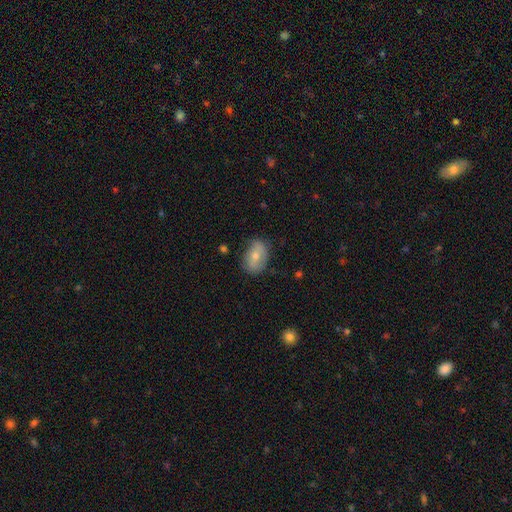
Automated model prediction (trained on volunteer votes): This appears to be a smooth galaxy with no disk features (65%) that is in between round and cigar-shaped (80%). Merging: none (72%).